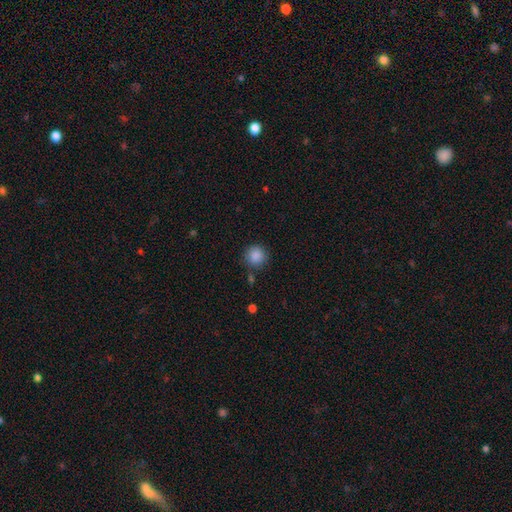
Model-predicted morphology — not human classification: Smooth or featured: smooth — 88% (star or artifact — 9%)
How rounded: round — 91% (in between — 8%)
Merging: none — 80% (minor disturbance — 13%)